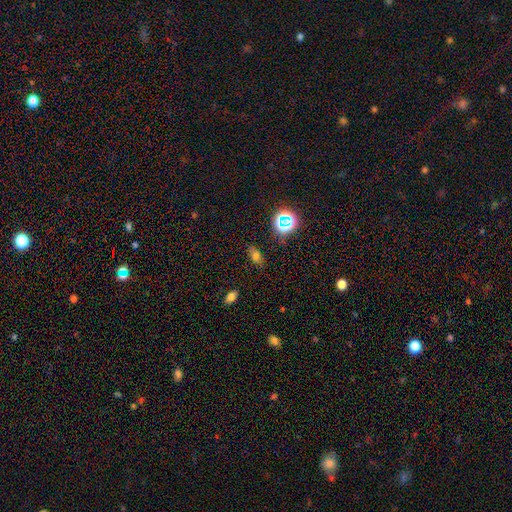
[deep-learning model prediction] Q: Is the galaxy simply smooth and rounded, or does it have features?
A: smooth — 60%.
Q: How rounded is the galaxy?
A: in between — 75%.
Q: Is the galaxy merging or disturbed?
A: none — 80%.